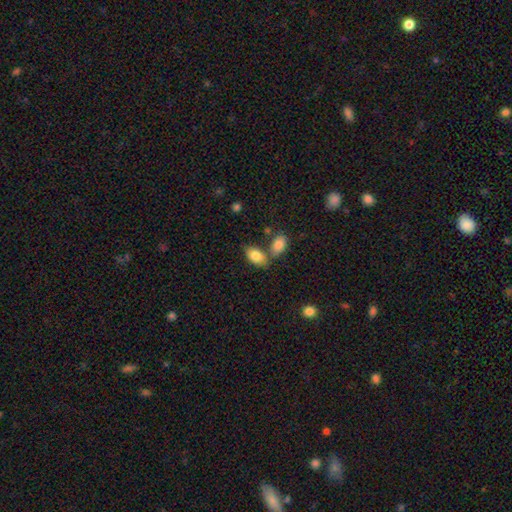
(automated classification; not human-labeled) A smooth galaxy with no disk features (82%) that is in between round and cigar-shaped (92%).

Vote fractions:
- Smooth or featured? smooth: 82% / featured or disk: 11% / star or artifact: 7%
- How rounded? in between: 92% / round: 5% / cigar-shaped: 2%
- Merging? none: 52% / merger: 32% / minor disturbance: 12% / major disturbance: 4%